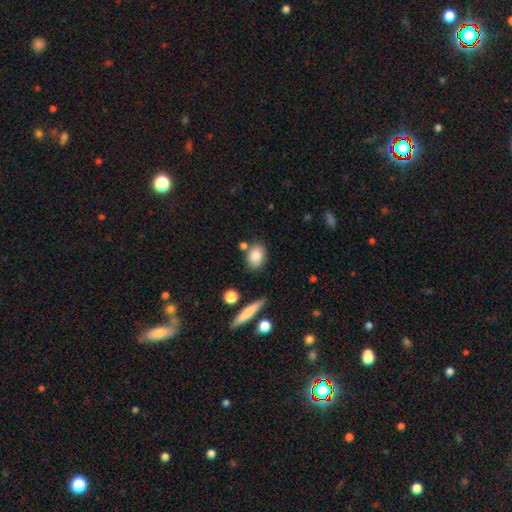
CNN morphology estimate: Smooth or featured? smooth (83%)
How rounded? in between (74%)
Merging? none (73%)